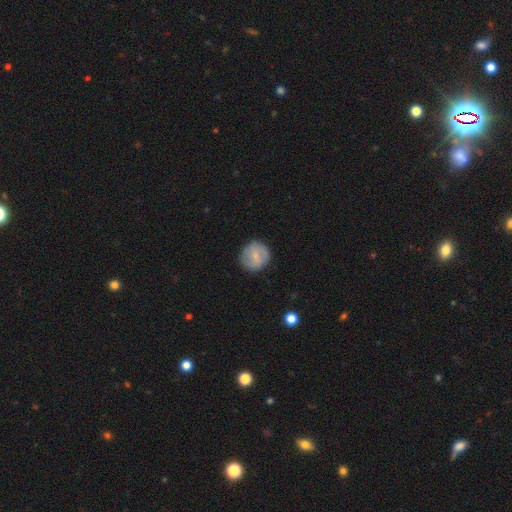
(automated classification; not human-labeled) A smooth galaxy with no disk features (54%) that is round (90%). Merging: none (83%).